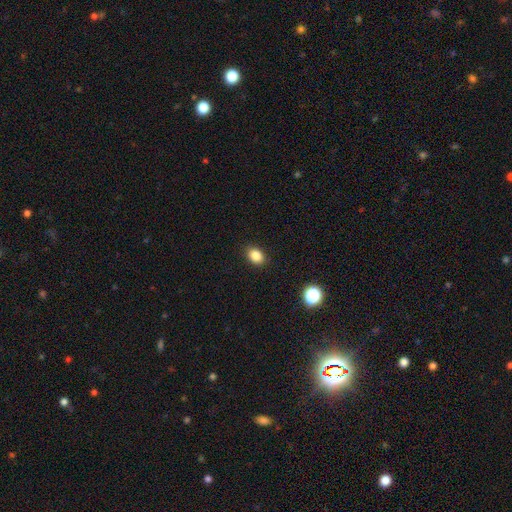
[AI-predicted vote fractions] Overall: smooth (84%). How rounded: in between (71%). Merging: none (89%).